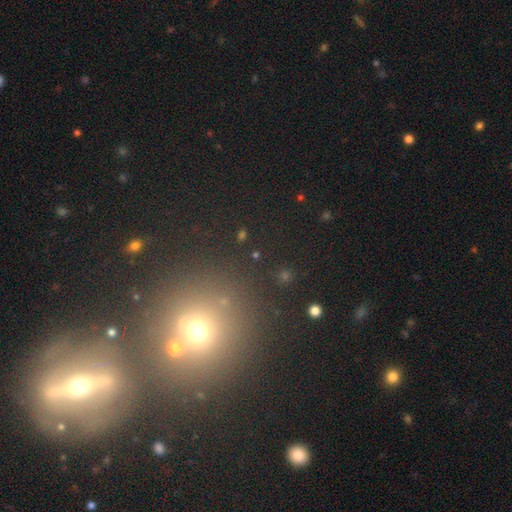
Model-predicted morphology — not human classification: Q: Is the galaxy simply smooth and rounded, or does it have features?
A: smooth — 48%.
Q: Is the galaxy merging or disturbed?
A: none — 82%.